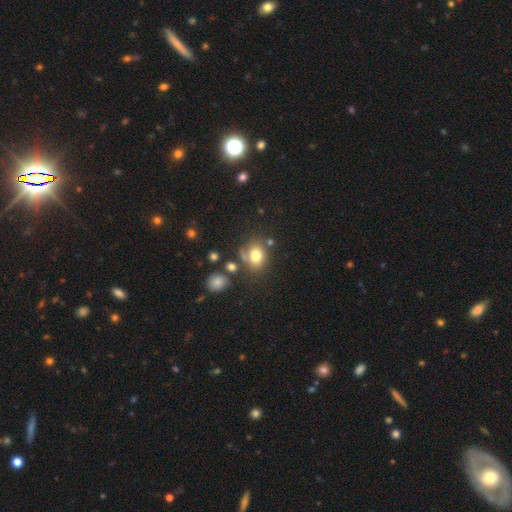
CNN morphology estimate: A smooth galaxy with no disk features (76%) that is round (53%).

Vote fractions:
- Smooth or featured? smooth: 76% / star or artifact: 12% / featured or disk: 11%
- How rounded? round: 53% / in between: 47% / cigar-shaped: 1%
- Merging? none: 59% / minor disturbance: 18% / merger: 15% / major disturbance: 8%